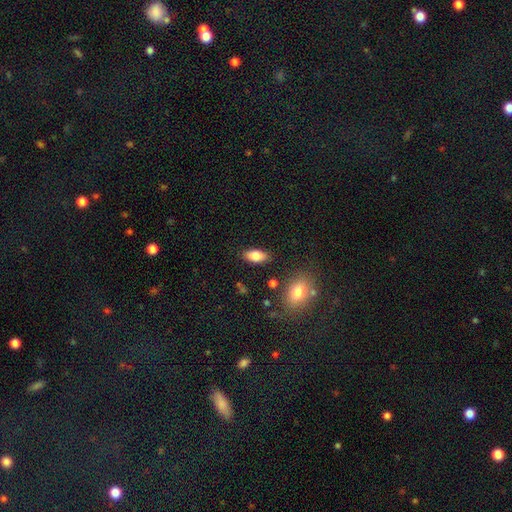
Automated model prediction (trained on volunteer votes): smooth 83%, featured or disk 10%, star or artifact 7%. Down the decision tree: how rounded — in between (89%); merging — none (85%).